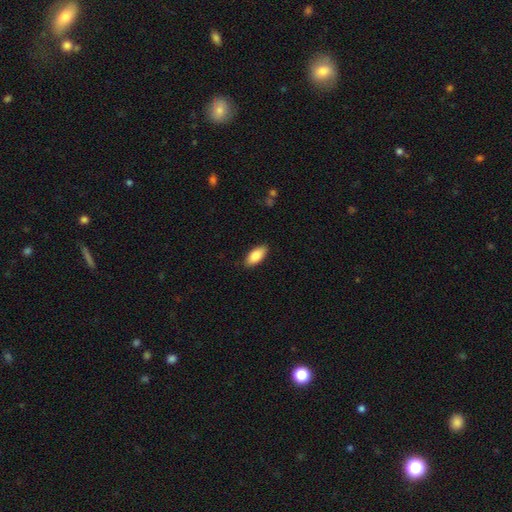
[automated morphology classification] Smooth or featured? smooth (86%)
How rounded? in between (89%)
Merging? none (88%)